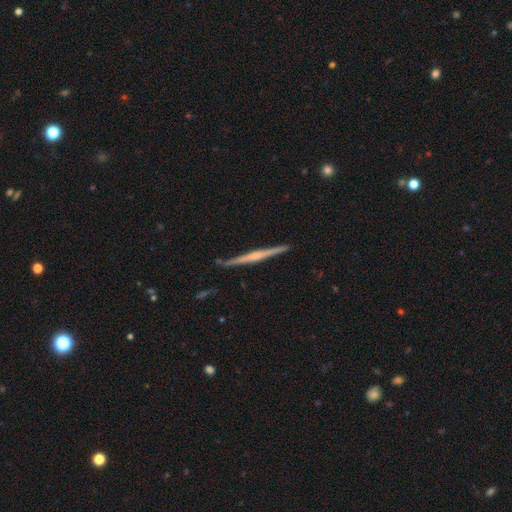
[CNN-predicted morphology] featured or disk 74%, smooth 21%, star or artifact 5%. Down the decision tree: edge-on disk — yes (98%); edge-on bulge — rounded (51%); merging — none (90%).